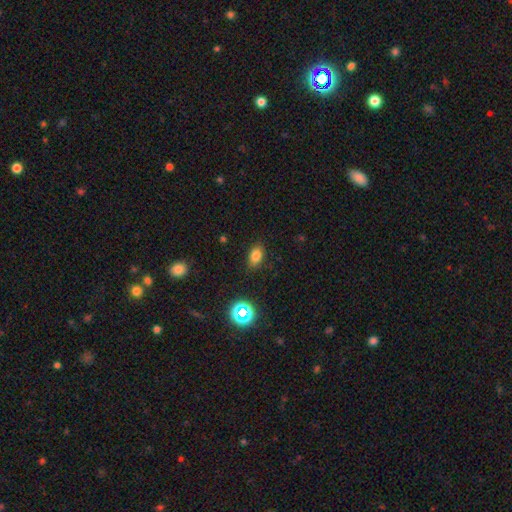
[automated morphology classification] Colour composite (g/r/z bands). It shows a smooth galaxy with no disk features (78%) that is in between round and cigar-shaped (82%). Merging: none (85%).